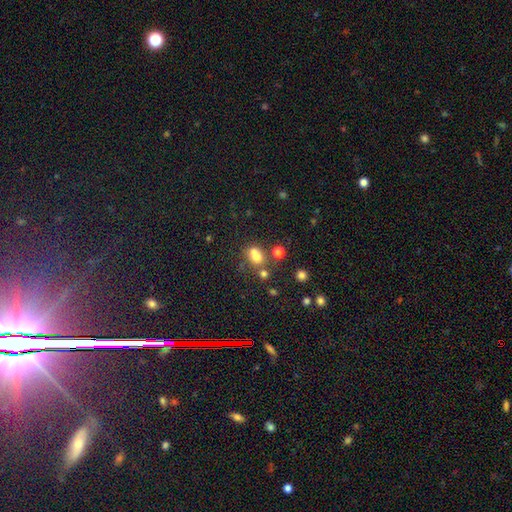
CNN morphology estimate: type=smooth (70%); roundness=in between (54%); merging=none (42%).